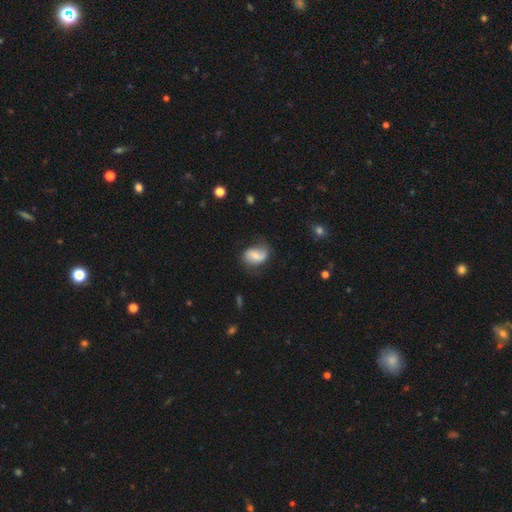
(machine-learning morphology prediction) Smooth or featured: featured or disk — 48% (smooth — 44%)
Merging: none — 55% (minor disturbance — 30%)